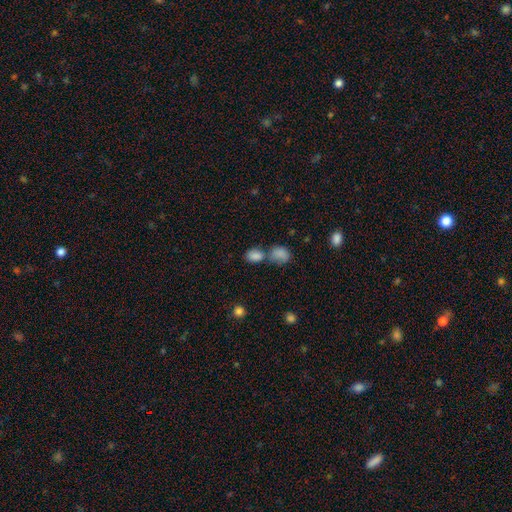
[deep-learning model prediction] Smooth or featured? Predicted: smooth (p=0.83). How rounded? Predicted: in between (p=0.78). Merging? Predicted: merger (p=0.49).